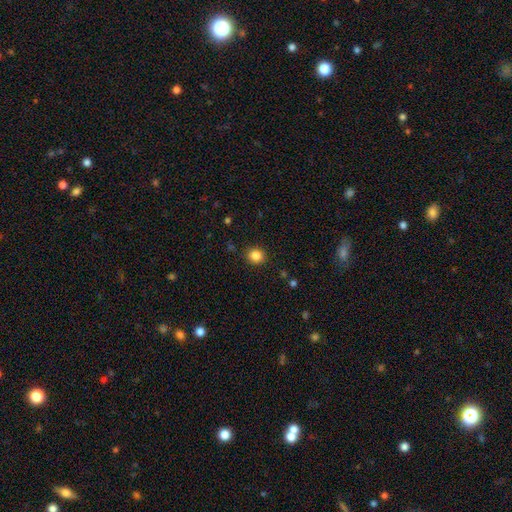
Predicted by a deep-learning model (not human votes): A smooth galaxy with no disk features (84%) that is round (83%). Merging: none (90%).